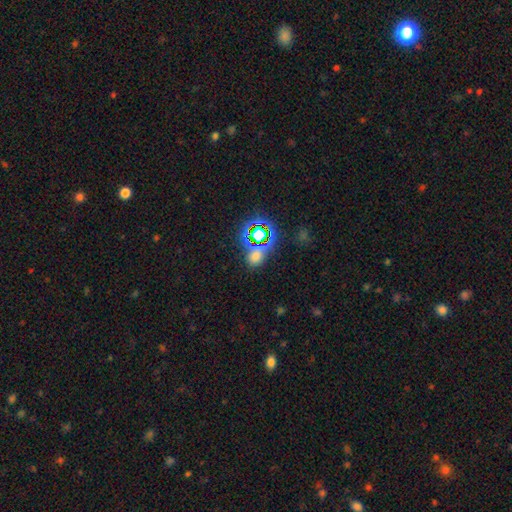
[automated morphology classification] smooth_or_featured: smooth (p=0.47) [alt: star or artifact p=0.45]
merging: none (p=0.67) [alt: merger p=0.15]